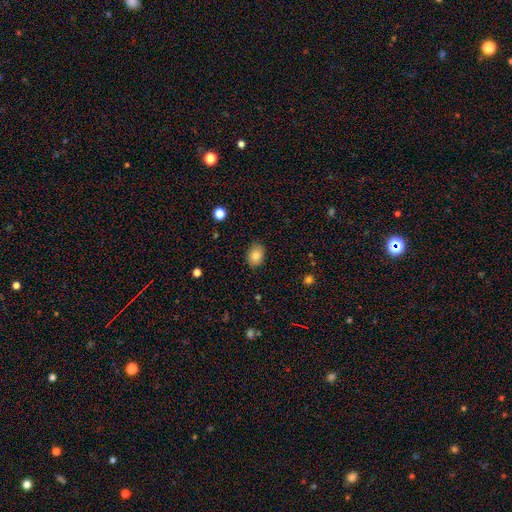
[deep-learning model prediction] A smooth galaxy with no disk features (85%) that is in between round and cigar-shaped (67%). Merging: none (86%).